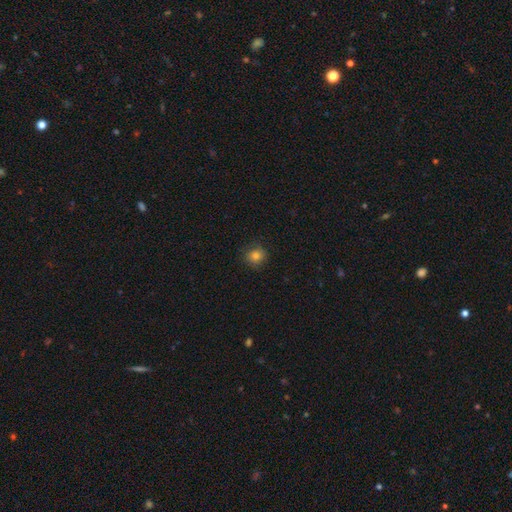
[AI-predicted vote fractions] A smooth galaxy with no disk features (79%) that is round (88%).

Vote fractions:
- Smooth or featured? smooth: 79% / star or artifact: 14% / featured or disk: 7%
- How rounded? round: 88% / in between: 11% / cigar-shaped: 1%
- Merging? none: 85% / minor disturbance: 11% / major disturbance: 3% / merger: 1%